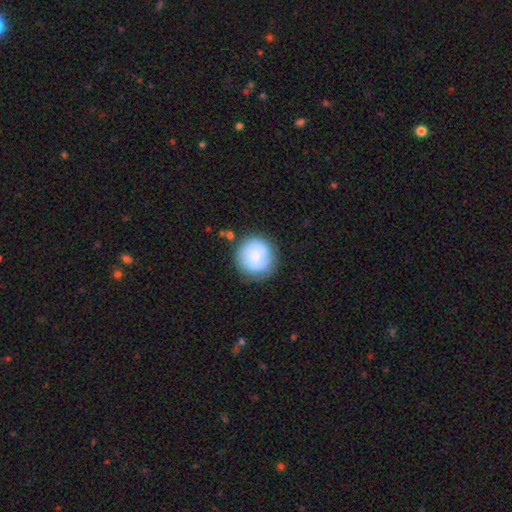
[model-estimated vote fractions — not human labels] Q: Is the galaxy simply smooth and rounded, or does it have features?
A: smooth — 63%.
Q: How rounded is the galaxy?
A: round — 92%.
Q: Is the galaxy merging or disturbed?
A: none — 68%.